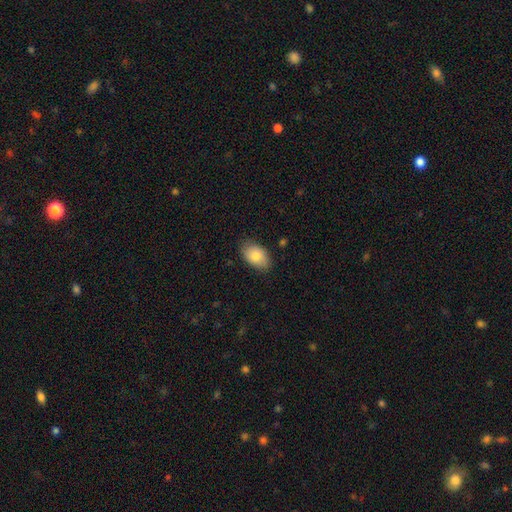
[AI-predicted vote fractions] Smooth or featured? Predicted: smooth (p=0.82). How rounded? Predicted: in between (p=0.90). Merging? Predicted: none (p=0.81).